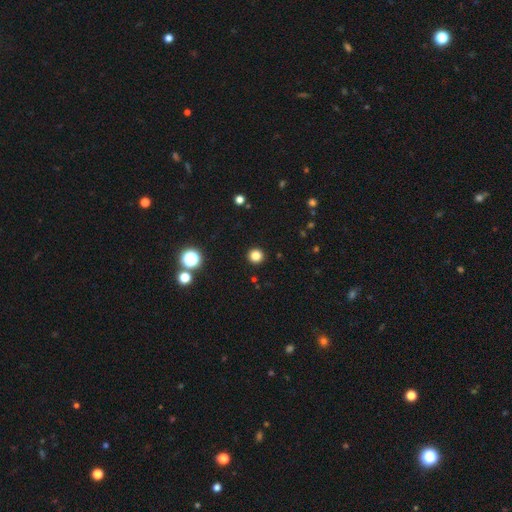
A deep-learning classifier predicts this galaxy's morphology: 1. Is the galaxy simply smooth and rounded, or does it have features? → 82% smooth, 14% star or artifact, 4% featured or disk.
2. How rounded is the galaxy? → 95% round, 4% in between, 1% cigar-shaped.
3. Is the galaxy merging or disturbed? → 93% none, 4% minor disturbance, 2% major disturbance, 1% merger.